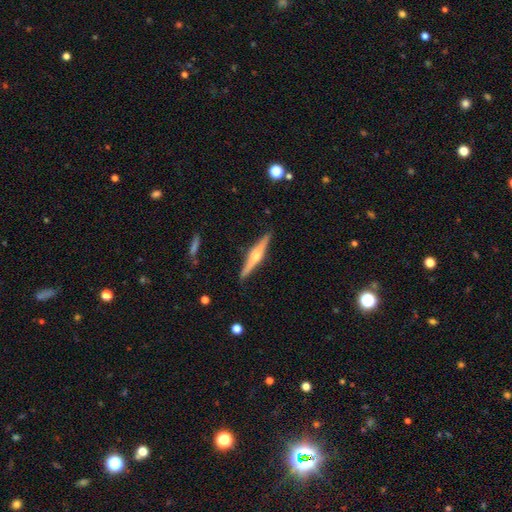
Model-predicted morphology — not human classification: Smooth or featured? Predicted: featured or disk (p=0.73). Edge-on disk? Predicted: yes (p=0.98). Edge-on bulge? Predicted: rounded (p=0.92). Merging? Predicted: none (p=0.90).